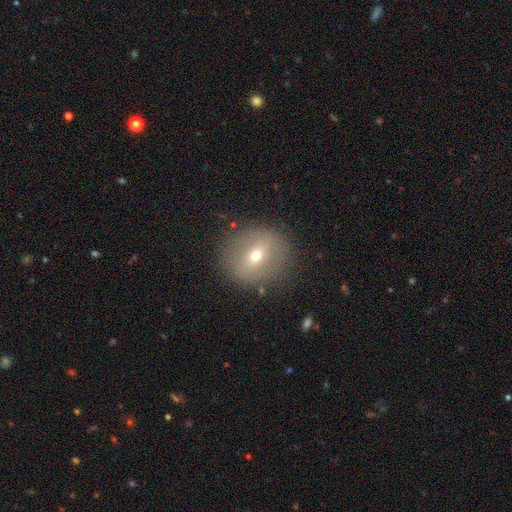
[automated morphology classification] smooth_or_featured: smooth (p=0.55) [alt: featured or disk p=0.33]
how_rounded: round (p=0.82) [alt: in between p=0.17]
merging: none (p=0.85) [alt: minor disturbance p=0.10]